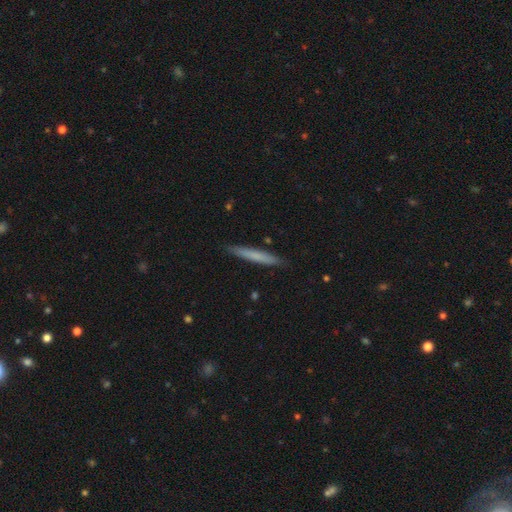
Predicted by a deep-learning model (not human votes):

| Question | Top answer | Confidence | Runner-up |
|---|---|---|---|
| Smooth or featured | smooth | 70% | featured or disk (25%) |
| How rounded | cigar-shaped | 96% | in between (3%) |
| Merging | none | 90% | minor disturbance (8%) |